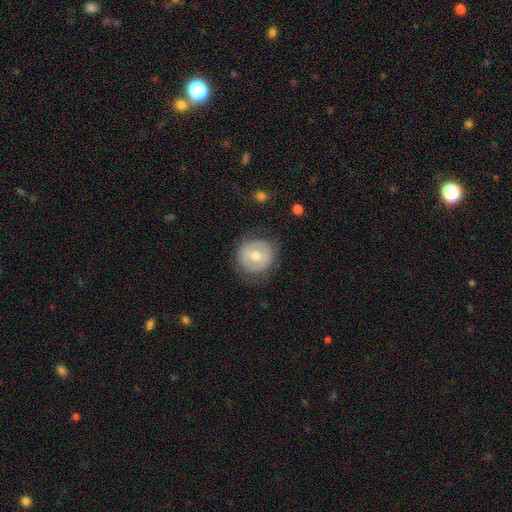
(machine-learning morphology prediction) Q: Smooth or featured?
A: smooth (50%); runner-up: featured or disk (43%)
Q: How rounded?
A: round (89%); runner-up: in between (10%)
Q: Merging?
A: none (77%); runner-up: minor disturbance (16%)